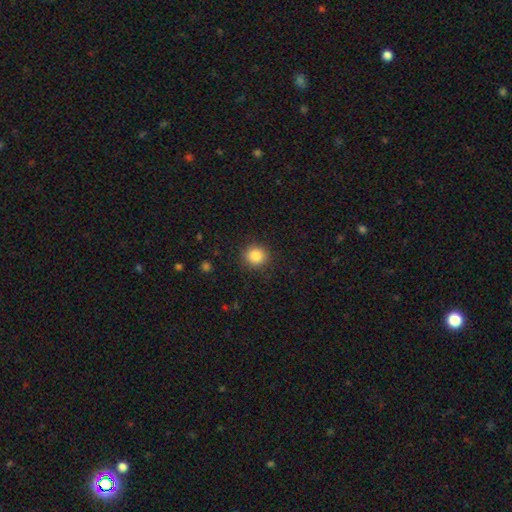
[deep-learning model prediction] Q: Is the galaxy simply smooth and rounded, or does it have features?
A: smooth — 85%.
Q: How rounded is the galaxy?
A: round — 89%.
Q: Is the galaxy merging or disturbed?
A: none — 89%.